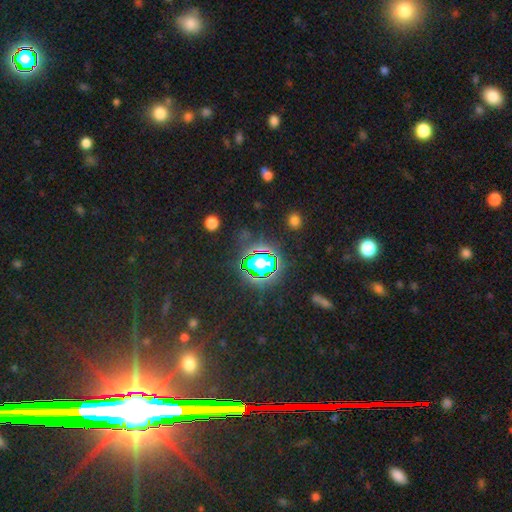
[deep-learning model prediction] Q: Smooth or featured?
A: star or artifact (82%); runner-up: featured or disk (10%)